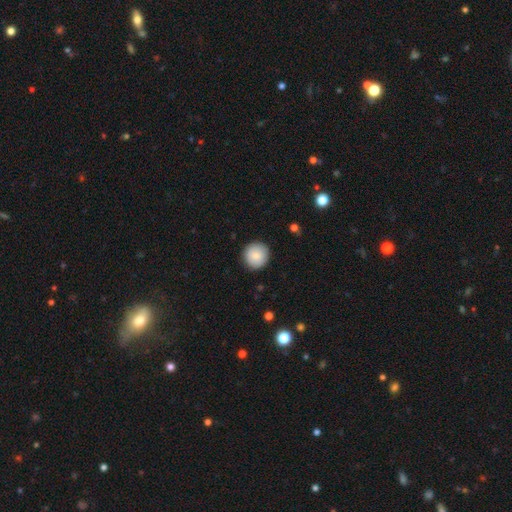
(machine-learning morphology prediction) Q: Smooth or featured?
A: smooth (83%); runner-up: featured or disk (9%)
Q: How rounded?
A: round (94%); runner-up: in between (5%)
Q: Merging?
A: none (90%); runner-up: minor disturbance (7%)